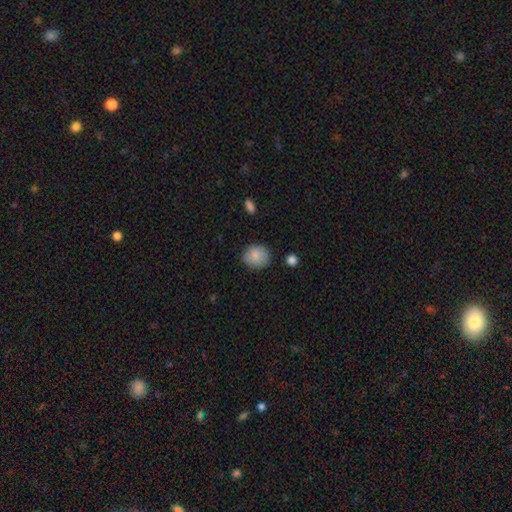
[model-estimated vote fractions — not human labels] Overall: smooth (87%). How rounded: round (68%; in between 31%). Merging: none (80%).